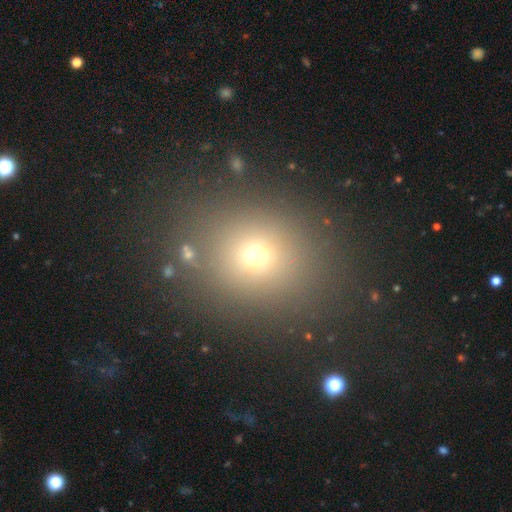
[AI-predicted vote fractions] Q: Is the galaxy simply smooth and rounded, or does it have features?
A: smooth — 65%.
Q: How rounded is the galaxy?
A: round — 69%.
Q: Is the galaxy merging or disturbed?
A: none — 84%.